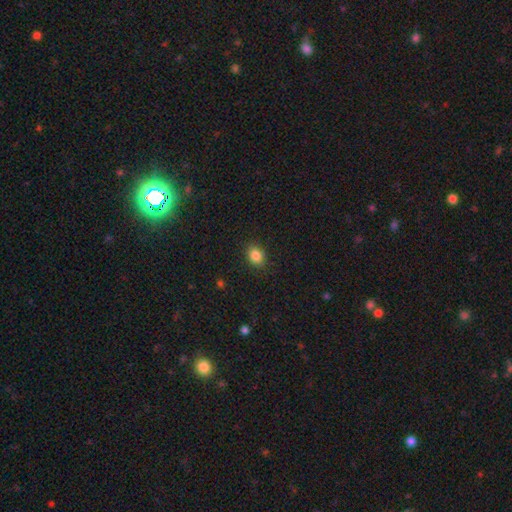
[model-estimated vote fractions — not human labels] Smooth or featured: smooth — 85% (star or artifact — 10%)
How rounded: in between — 63% (round — 36%)
Merging: none — 87% (minor disturbance — 10%)